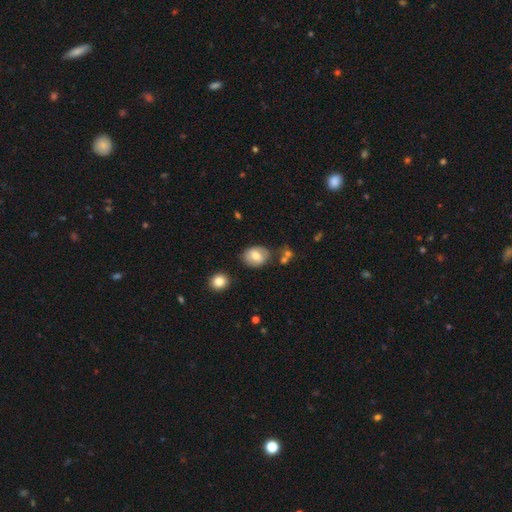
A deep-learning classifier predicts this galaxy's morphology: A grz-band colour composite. It shows a smooth galaxy with no disk features (71%) that is in between round and cigar-shaped (57%). Merging: none (75%).